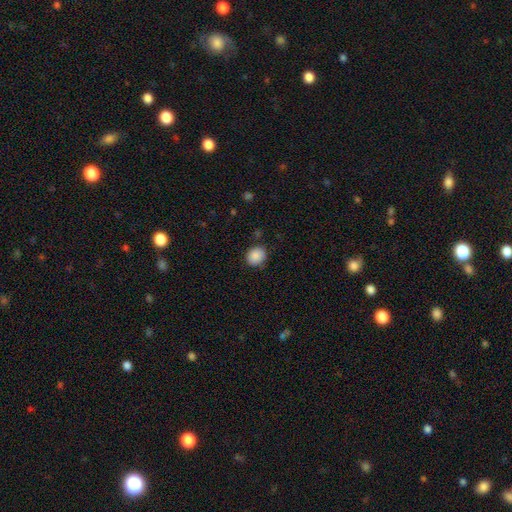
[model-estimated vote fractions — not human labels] Q: Smooth or featured?
A: smooth (88%); runner-up: star or artifact (8%)
Q: How rounded?
A: round (64%); runner-up: in between (35%)
Q: Merging?
A: none (84%); runner-up: minor disturbance (12%)